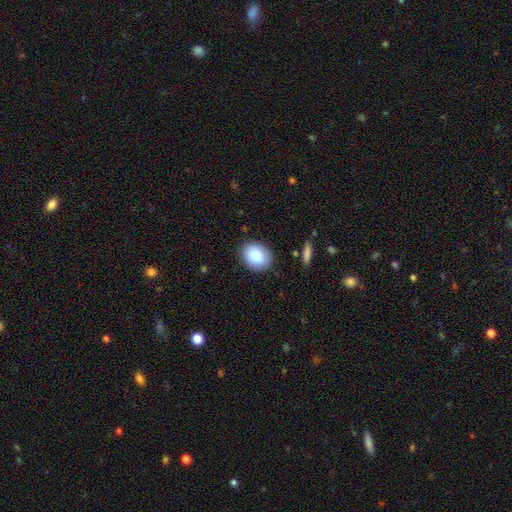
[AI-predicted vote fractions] Overall: smooth (88%). How rounded: in between (53%; round 46%). Merging: none (85%).